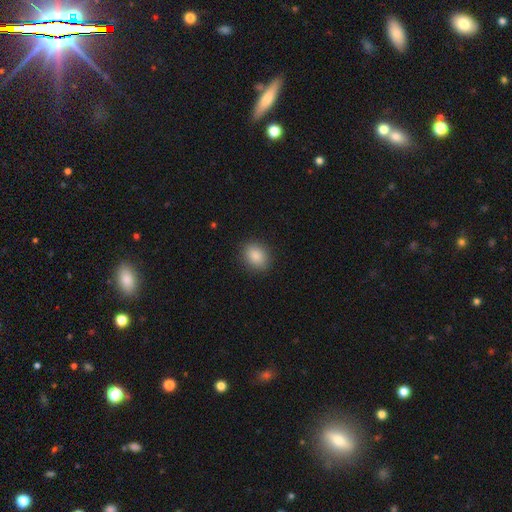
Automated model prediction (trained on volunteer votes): Smooth or featured? smooth (87%)
How rounded? round (60%)
Merging? none (88%)